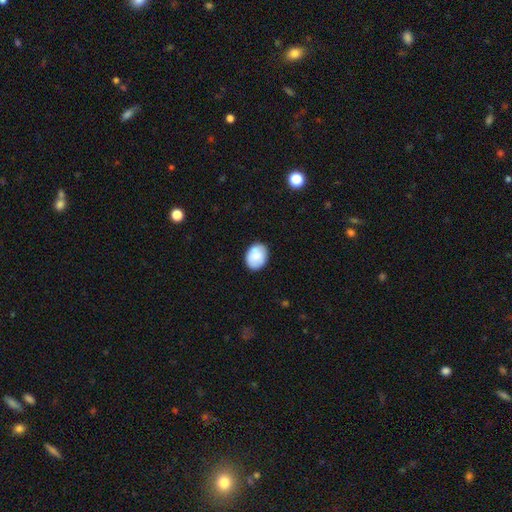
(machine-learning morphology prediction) smooth_or_featured: smooth (p=0.84) [alt: featured or disk p=0.10]
how_rounded: in between (p=0.66) [alt: round p=0.33]
merging: none (p=0.80) [alt: minor disturbance p=0.16]